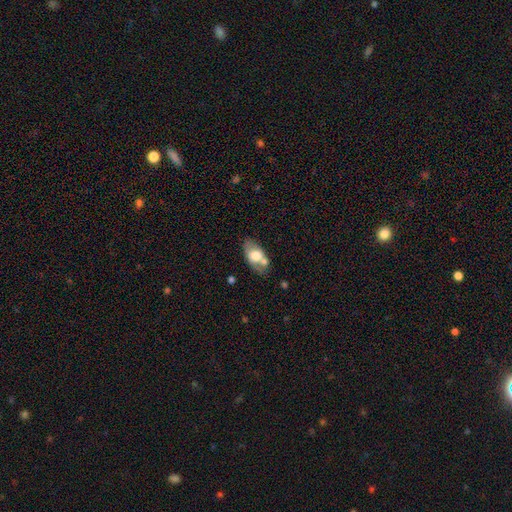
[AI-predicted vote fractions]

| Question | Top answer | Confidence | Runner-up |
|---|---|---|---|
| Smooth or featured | smooth | 64% | featured or disk (29%) |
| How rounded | in between | 91% | round (6%) |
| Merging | none | 55% | merger (20%) |